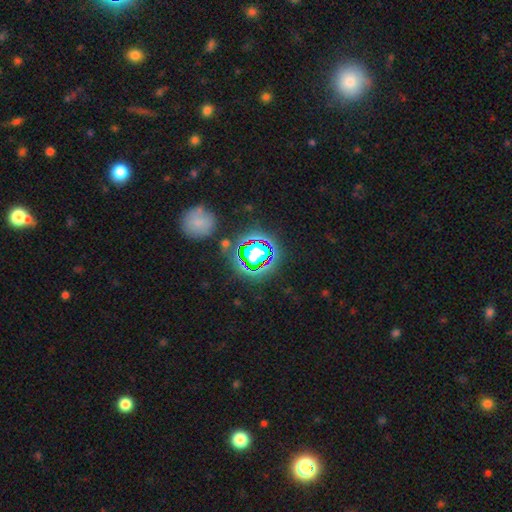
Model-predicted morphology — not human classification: type=star or artifact (77%).